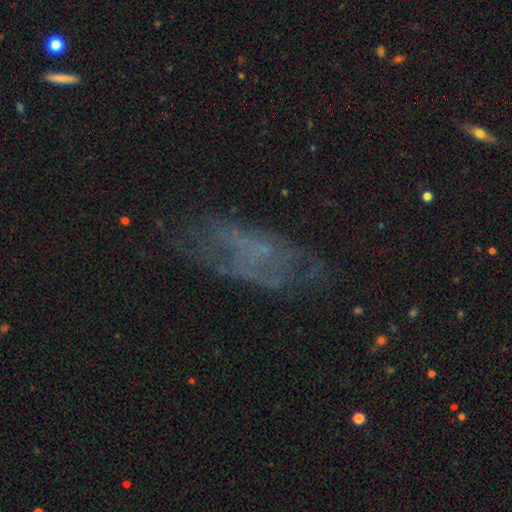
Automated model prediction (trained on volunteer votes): Smooth or featured?
  - featured or disk: 53% *
  - smooth: 30%
  - star or artifact: 17%
Edge-on disk?
  - no: 89% *
  - yes: 11%
Merging?
  - none: 56% *
  - minor disturbance: 22%
  - major disturbance: 20%
  - merger: 3%